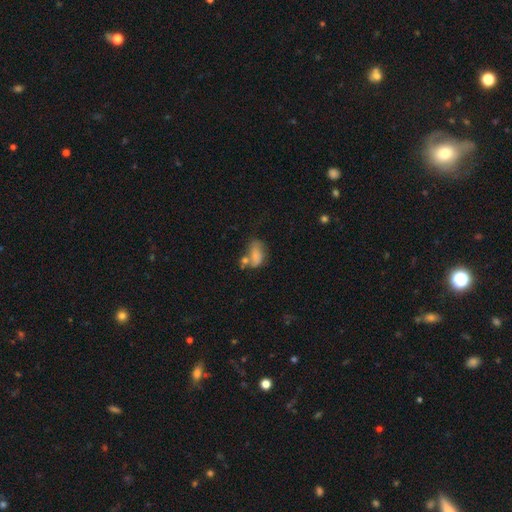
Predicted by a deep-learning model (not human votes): A smooth galaxy with no disk features (63%) that is in between round and cigar-shaped (86%).

Vote fractions:
- Smooth or featured? smooth: 63% / featured or disk: 27% / star or artifact: 10%
- How rounded? in between: 86% / round: 11% / cigar-shaped: 3%
- Merging? merger: 31% / none: 30% / minor disturbance: 22% / major disturbance: 17%